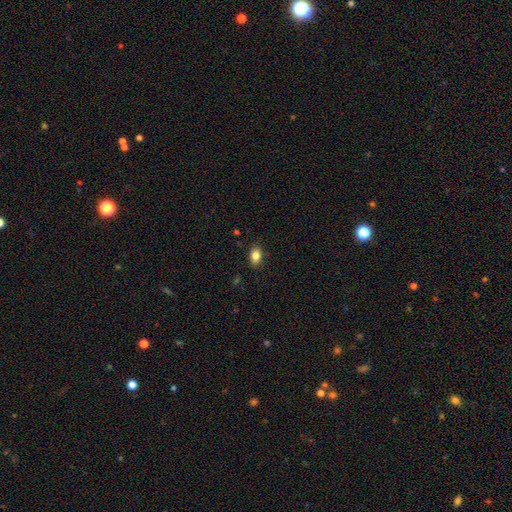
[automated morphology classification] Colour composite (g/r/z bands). It shows a smooth galaxy with no disk features (85%) that is in between round and cigar-shaped (81%). Merging: none (87%).